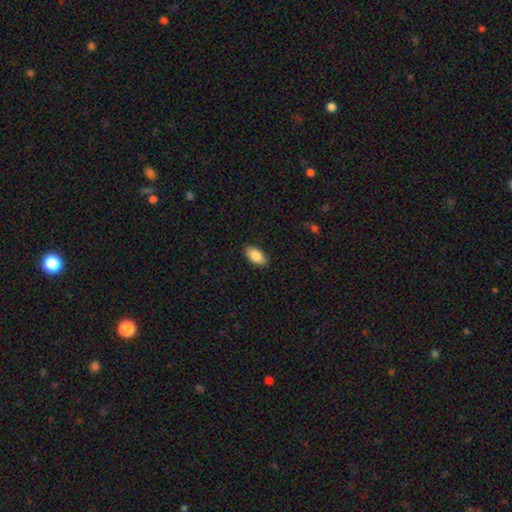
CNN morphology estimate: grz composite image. It shows a smooth galaxy with no disk features (87%) that is in between round and cigar-shaped (94%). Merging: none (89%).